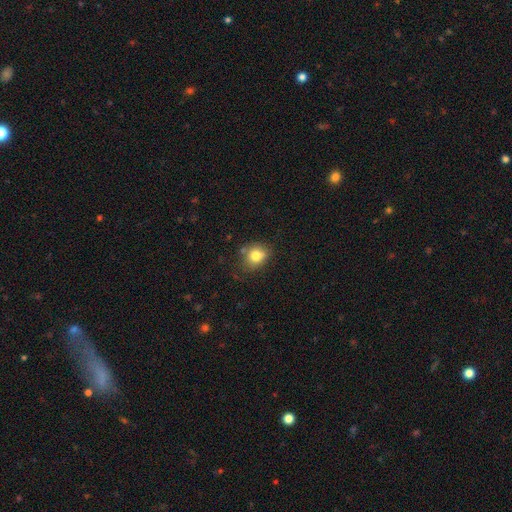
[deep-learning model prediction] smooth_or_featured: smooth (p=0.79) [alt: star or artifact p=0.11]
how_rounded: round (p=0.63) [alt: in between p=0.36]
merging: none (p=0.68) [alt: minor disturbance p=0.20]